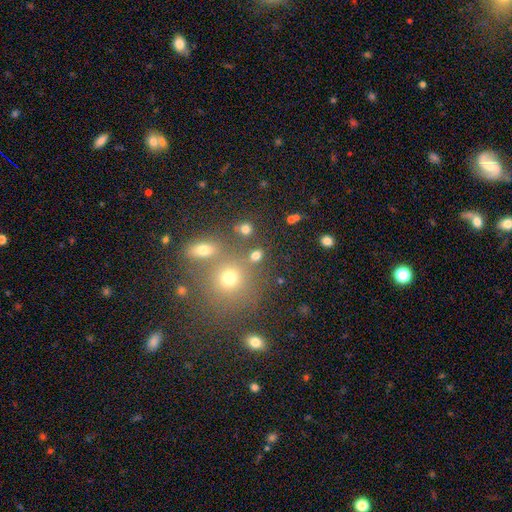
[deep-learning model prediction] Smooth or featured? smooth (74%)
How rounded? round (68%)
Merging? none (71%)